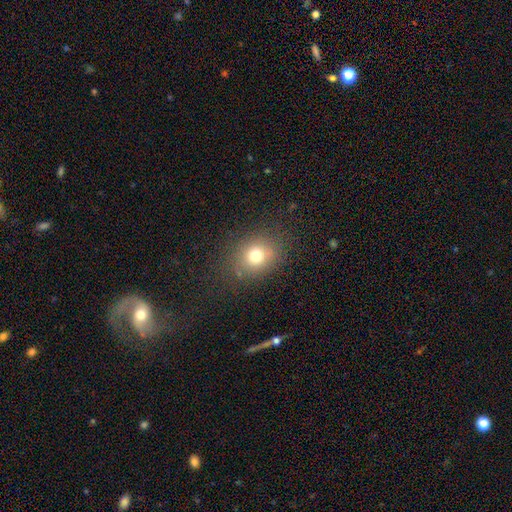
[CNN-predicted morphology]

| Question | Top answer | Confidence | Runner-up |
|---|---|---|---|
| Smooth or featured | smooth | 74% | star or artifact (15%) |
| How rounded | round | 59% | in between (40%) |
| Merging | none | 80% | minor disturbance (12%) |